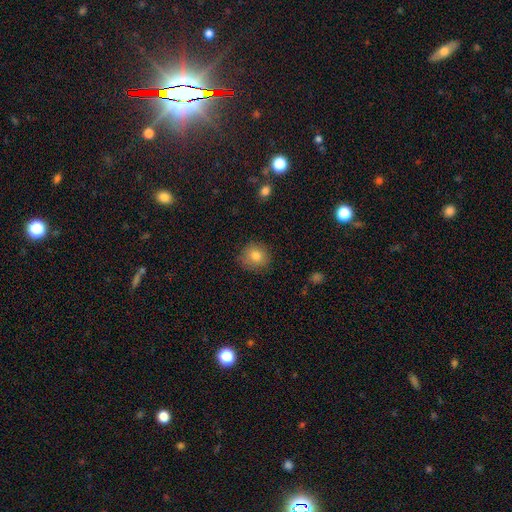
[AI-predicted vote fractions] Q: Smooth or featured?
A: smooth (80%); runner-up: star or artifact (10%)
Q: How rounded?
A: round (85%); runner-up: in between (14%)
Q: Merging?
A: none (83%); runner-up: minor disturbance (13%)